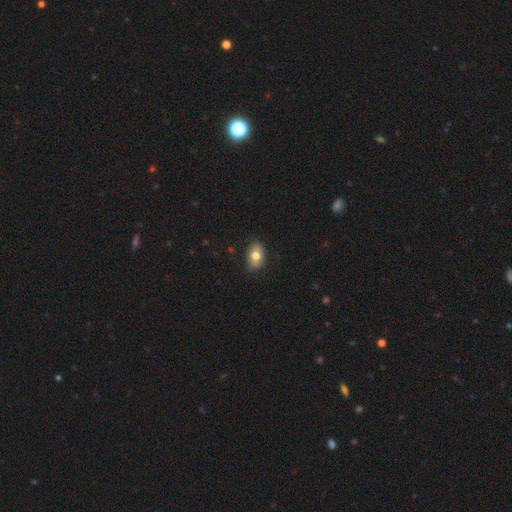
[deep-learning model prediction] Smooth or featured? Predicted: smooth (p=0.73). How rounded? Predicted: in between (p=0.82). Merging? Predicted: none (p=0.72).